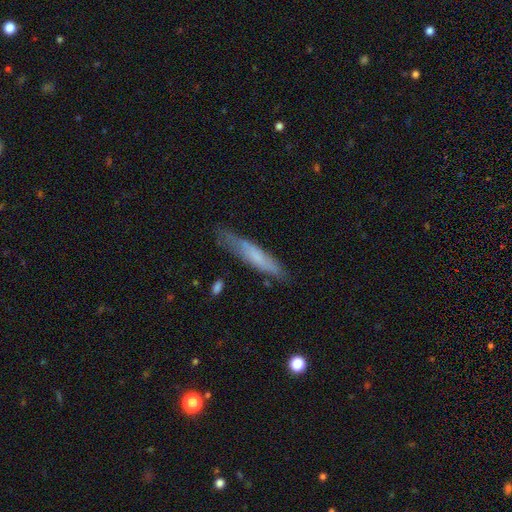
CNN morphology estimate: The model was most divided on "smooth or featured": smooth: 59%, featured or disk: 34%, star or artifact: 7%. More confident: how rounded — cigar-shaped (89%); merging — none (76%).